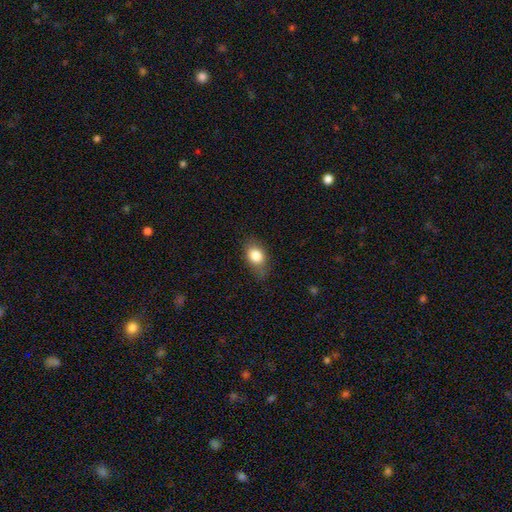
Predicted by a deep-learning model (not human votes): smooth_or_featured: smooth (p=0.81) [alt: featured or disk p=0.11]
how_rounded: in between (p=0.73) [alt: round p=0.24]
merging: none (p=0.70) [alt: minor disturbance p=0.22]